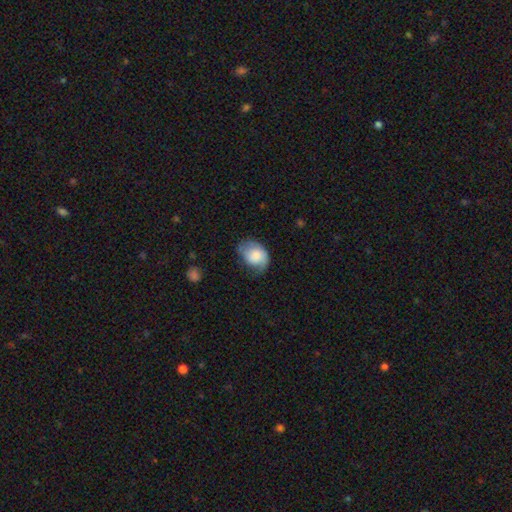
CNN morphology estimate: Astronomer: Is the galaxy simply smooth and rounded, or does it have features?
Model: smooth — 75%.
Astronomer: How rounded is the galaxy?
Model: in between — 69%.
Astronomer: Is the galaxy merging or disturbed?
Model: none — 41% (runner-up: minor disturbance, 40%).